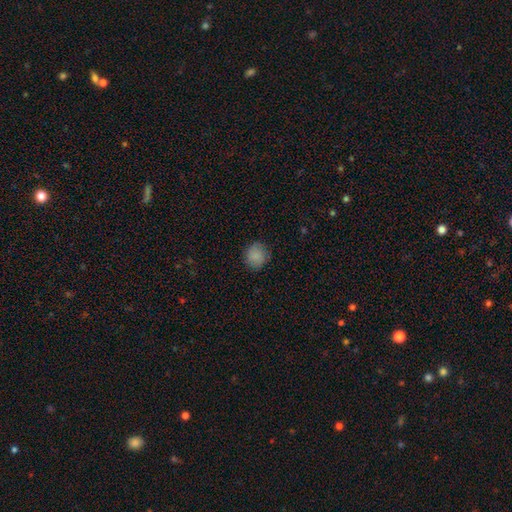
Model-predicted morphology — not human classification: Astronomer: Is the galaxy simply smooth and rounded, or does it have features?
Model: smooth — 84%.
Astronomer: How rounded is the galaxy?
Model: round — 84%.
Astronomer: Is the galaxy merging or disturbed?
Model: none — 81%.